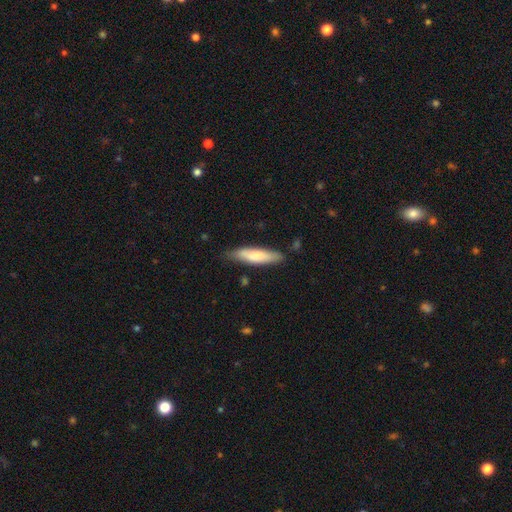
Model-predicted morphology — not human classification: Overall: smooth (74%). How rounded: cigar-shaped (69%). Merging: none (79%).